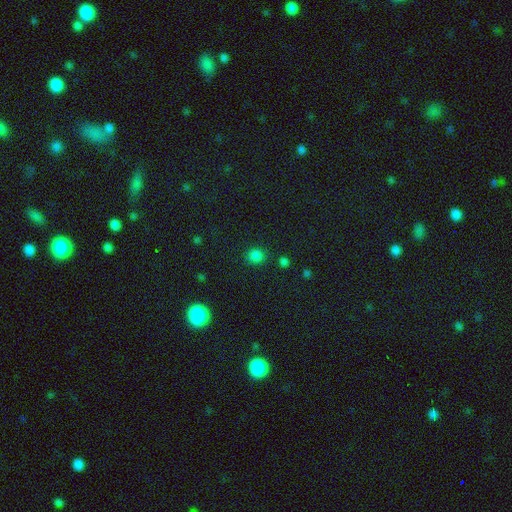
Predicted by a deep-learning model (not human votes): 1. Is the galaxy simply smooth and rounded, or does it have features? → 80% smooth, 16% star or artifact, 4% featured or disk.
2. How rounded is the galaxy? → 84% round, 15% in between, 1% cigar-shaped.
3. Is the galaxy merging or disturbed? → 85% none, 9% minor disturbance, 3% merger, 3% major disturbance.